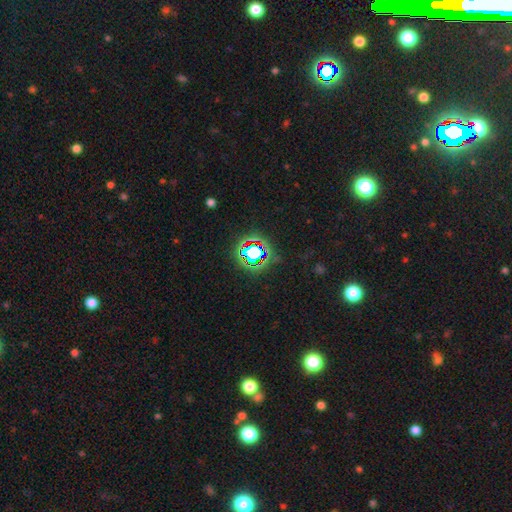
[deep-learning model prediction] Smooth or featured? Predicted: star or artifact (p=0.78).